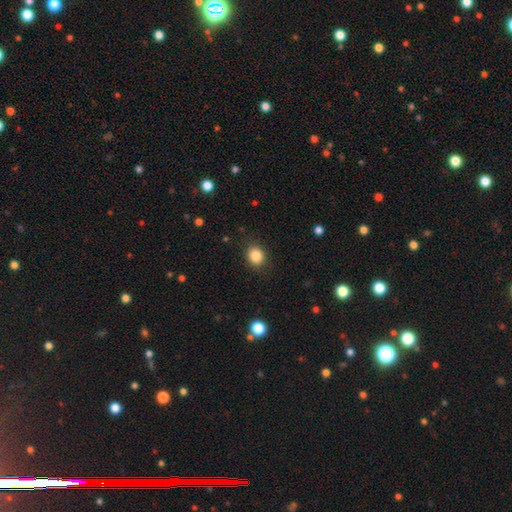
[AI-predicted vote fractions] smooth-or-featured: smooth: 85% | star or artifact: 10% | featured or disk: 5%
  how-rounded: round: 72% | in between: 27% | cigar-shaped: 1%
  merging: none: 87% | minor disturbance: 9% | major disturbance: 3% | merger: 1%